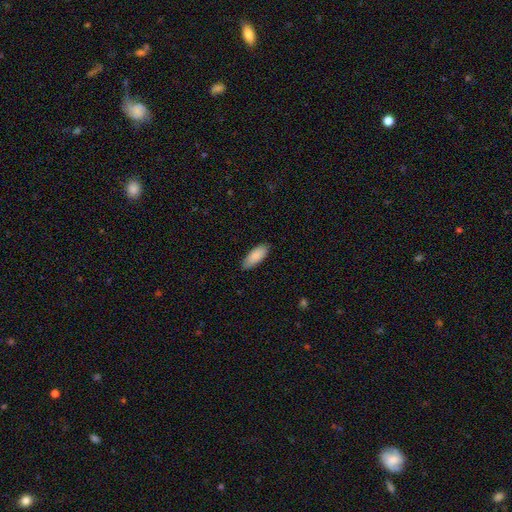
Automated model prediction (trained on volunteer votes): Q: Smooth or featured?
A: smooth (89%); runner-up: star or artifact (6%)
Q: How rounded?
A: in between (81%); runner-up: cigar-shaped (17%)
Q: Merging?
A: none (86%); runner-up: minor disturbance (11%)